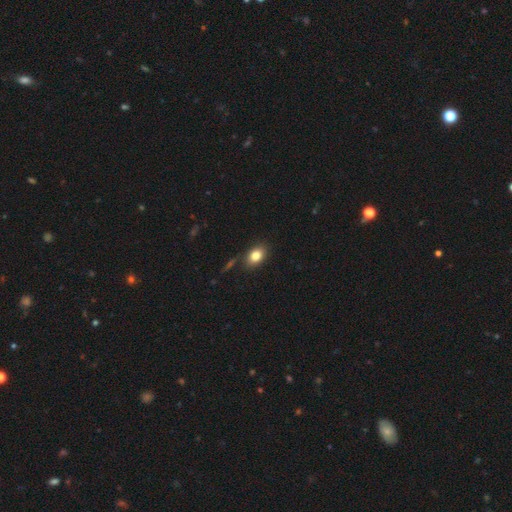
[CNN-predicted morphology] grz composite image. It shows a smooth galaxy with no disk features (82%) that is in between round and cigar-shaped (77%). Merging: none (81%).